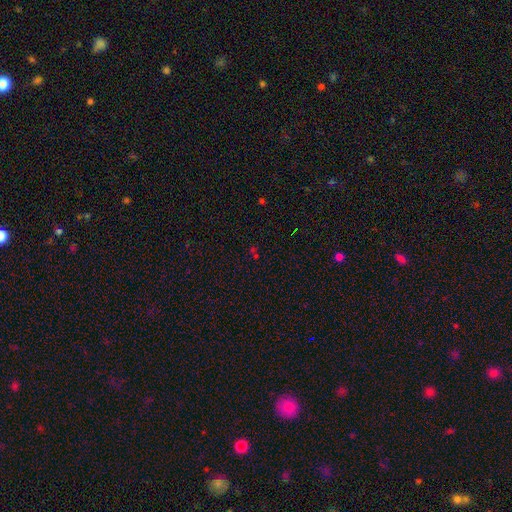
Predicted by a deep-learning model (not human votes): This is possibly a star or artifact rather than a galaxy (59%).